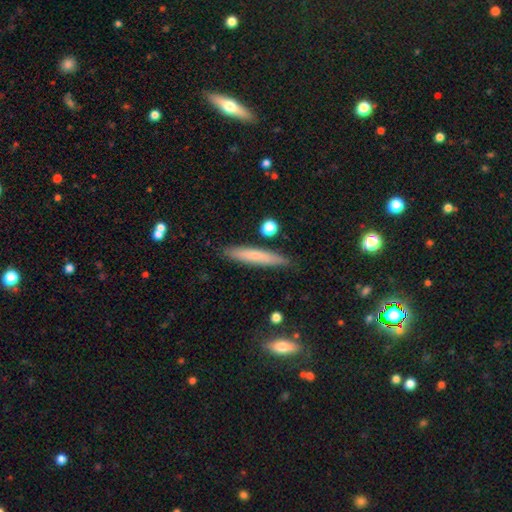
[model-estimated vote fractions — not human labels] Smooth or featured? Predicted: smooth (p=0.66). How rounded? Predicted: cigar-shaped (p=0.92). Merging? Predicted: none (p=0.87).